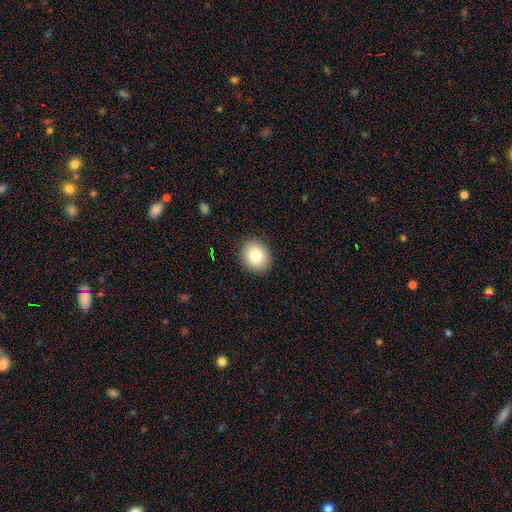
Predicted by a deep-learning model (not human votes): smooth_or_featured: smooth (p=0.81) [alt: featured or disk p=0.10]
how_rounded: round (p=0.73) [alt: in between p=0.26]
merging: none (p=0.90) [alt: minor disturbance p=0.07]